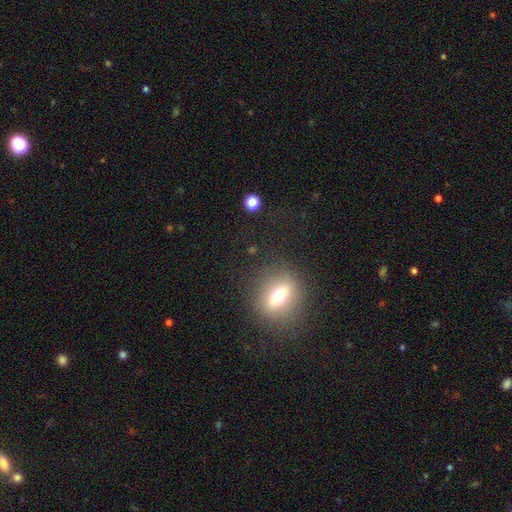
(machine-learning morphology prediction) smooth 56%, star or artifact 25%, featured or disk 18%. Down the decision tree: how rounded — round (59%); merging — none (87%).